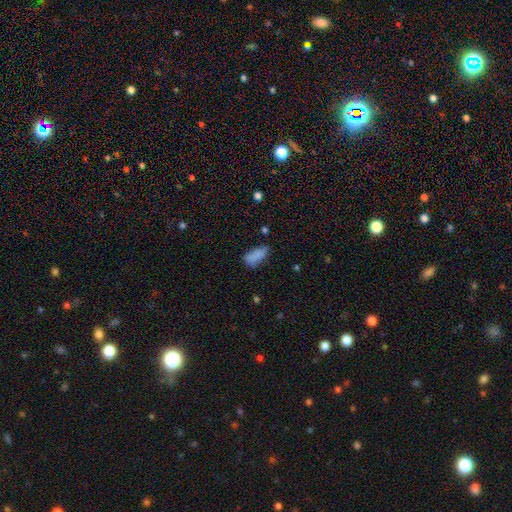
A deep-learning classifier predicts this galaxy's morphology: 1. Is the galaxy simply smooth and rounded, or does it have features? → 81% smooth, 10% star or artifact, 10% featured or disk.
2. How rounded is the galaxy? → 83% in between, 15% cigar-shaped, 3% round.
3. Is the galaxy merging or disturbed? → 48% none, 34% minor disturbance, 13% major disturbance, 5% merger.